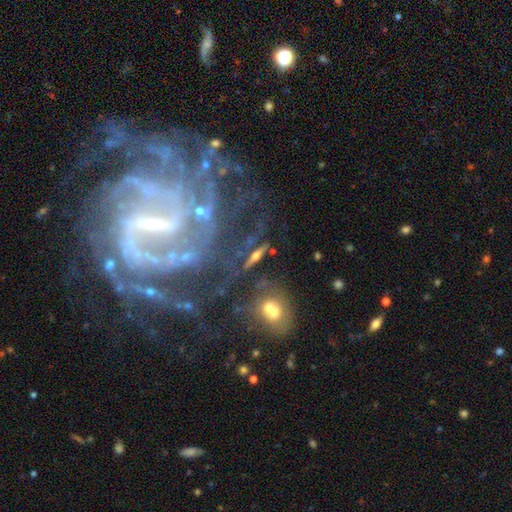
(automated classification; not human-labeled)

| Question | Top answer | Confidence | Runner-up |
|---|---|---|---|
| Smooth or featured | featured or disk | 61% | smooth (27%) |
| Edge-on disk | yes | 80% | no (20%) |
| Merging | none | 70% | minor disturbance (15%) |